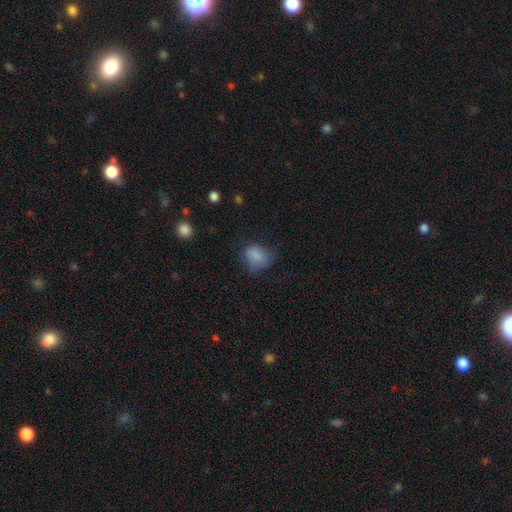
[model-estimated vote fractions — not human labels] A smooth galaxy with no disk features (82%) that is round (52%).

Vote fractions:
- Smooth or featured? smooth: 82% / star or artifact: 10% / featured or disk: 8%
- How rounded? round: 52% / in between: 47% / cigar-shaped: 1%
- Merging? none: 51% / minor disturbance: 32% / major disturbance: 15% / merger: 2%